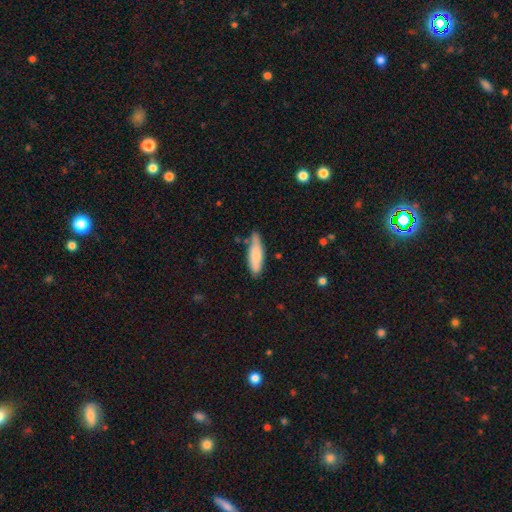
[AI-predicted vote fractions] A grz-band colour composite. It shows a smooth galaxy with no disk features (79%) that is in between round and cigar-shaped (52%). Merging: none (67%).